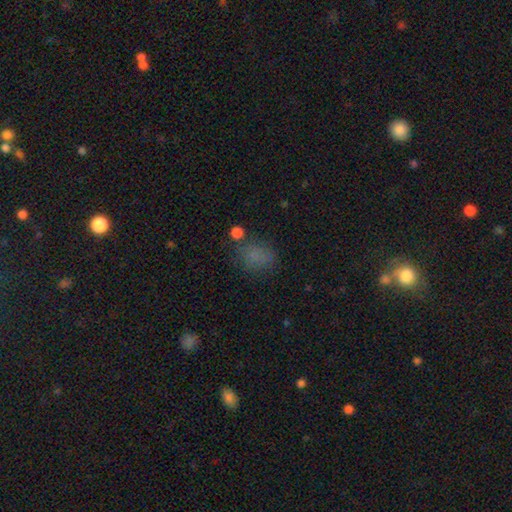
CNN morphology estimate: A smooth galaxy with no disk features (71%) that is in between round and cigar-shaped (51%). Merging: none (63%).